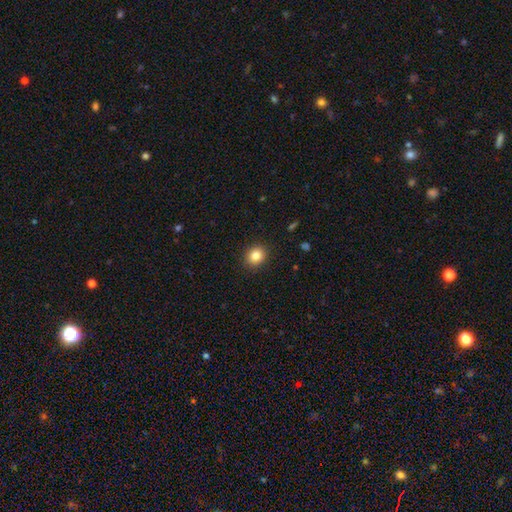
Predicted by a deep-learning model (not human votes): This is clearly a smooth galaxy (84%). How rounded: likely round (74%). Merging: clearly none (90%).